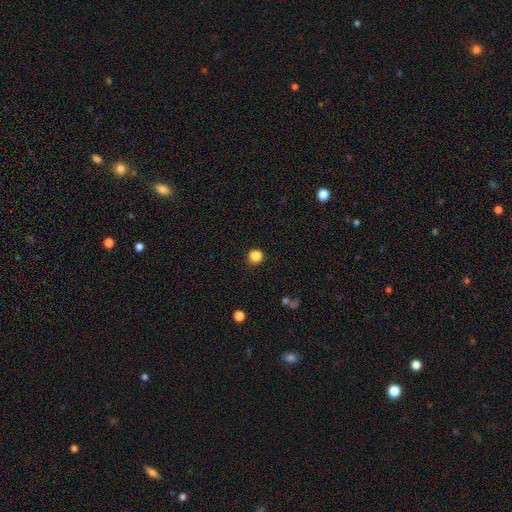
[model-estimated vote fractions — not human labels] A smooth galaxy with no disk features (85%) that is round (86%).

Vote fractions:
- Smooth or featured? smooth: 85% / star or artifact: 12% / featured or disk: 3%
- How rounded? round: 86% / in between: 13% / cigar-shaped: 1%
- Merging? none: 85% / minor disturbance: 10% / major disturbance: 3% / merger: 2%